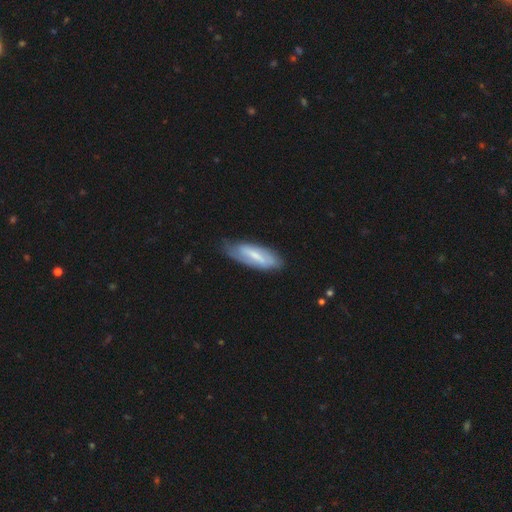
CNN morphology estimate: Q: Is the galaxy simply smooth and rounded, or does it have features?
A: featured or disk — 53%.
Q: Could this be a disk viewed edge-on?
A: no — 81%.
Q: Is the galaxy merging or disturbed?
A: none — 66%.